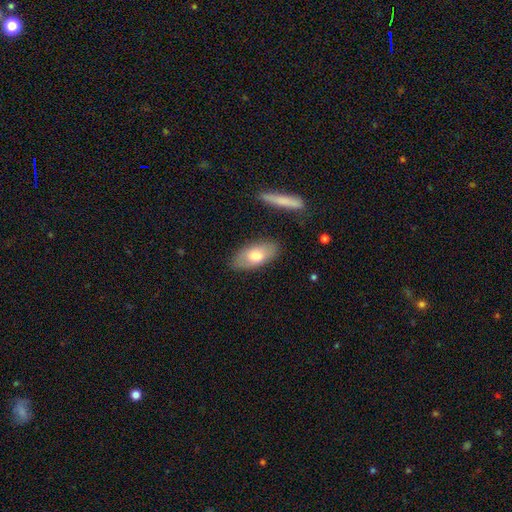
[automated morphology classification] Smooth or featured: smooth — 71% (featured or disk — 23%)
How rounded: in between — 90% (cigar-shaped — 7%)
Merging: none — 83% (minor disturbance — 12%)